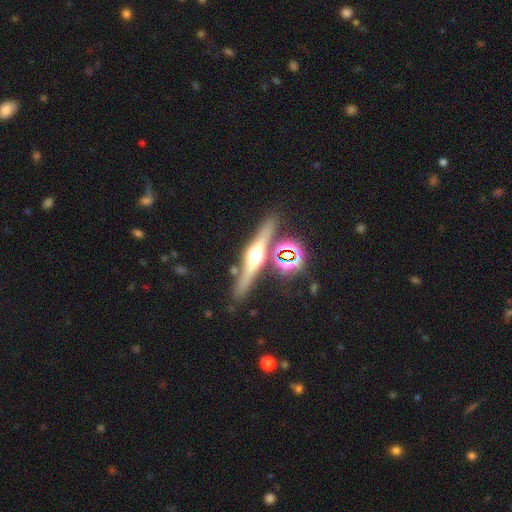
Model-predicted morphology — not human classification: smooth-or-featured: featured or disk: 71% | smooth: 19% | star or artifact: 10%
  disk-edge-on: yes: 96% | no: 4%
    edge-on-bulge: rounded: 94% | boxy: 4% | none: 2%
  merging: none: 82% | minor disturbance: 9% | merger: 6% | major disturbance: 3%